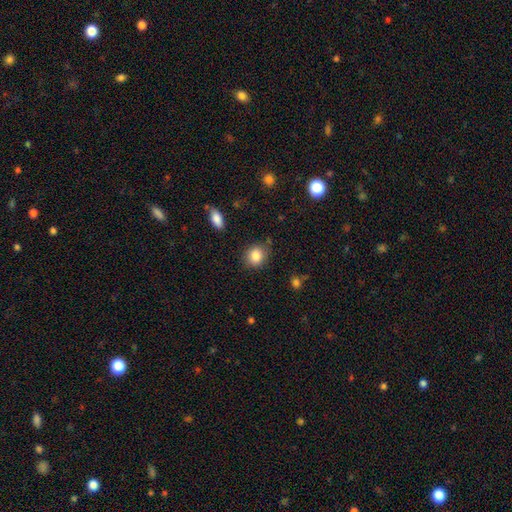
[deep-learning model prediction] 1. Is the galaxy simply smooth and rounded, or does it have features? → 85% smooth, 9% star or artifact, 6% featured or disk.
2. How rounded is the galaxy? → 70% round, 29% in between, 1% cigar-shaped.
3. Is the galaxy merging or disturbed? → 80% none, 14% minor disturbance, 3% major disturbance, 2% merger.